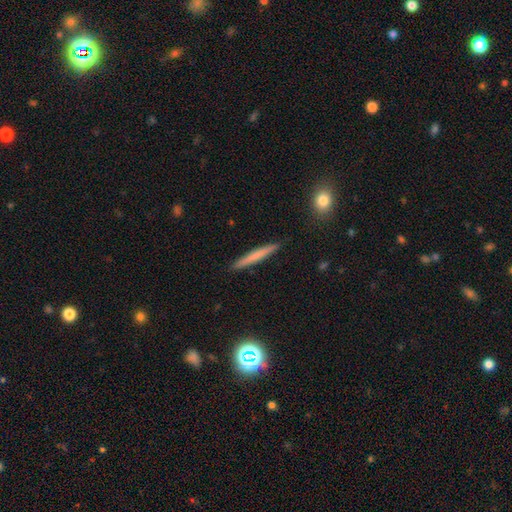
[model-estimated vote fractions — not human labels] A smooth galaxy with no disk features (65%) that is cigar-shaped (96%).

Vote fractions:
- Smooth or featured? smooth: 65% / featured or disk: 28% / star or artifact: 7%
- How rounded? cigar-shaped: 96% / in between: 3% / round: 2%
- Merging? none: 91% / minor disturbance: 7% / major disturbance: 1% / merger: 1%